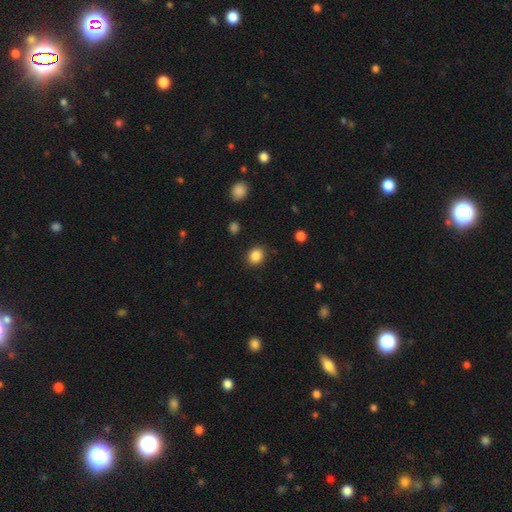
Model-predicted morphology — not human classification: Smooth or featured?
  - smooth: 86% *
  - star or artifact: 10%
  - featured or disk: 4%
How rounded?
  - round: 65% *
  - in between: 34%
  - cigar-shaped: 1%
Merging?
  - none: 88% *
  - minor disturbance: 8%
  - major disturbance: 3%
  - merger: 2%